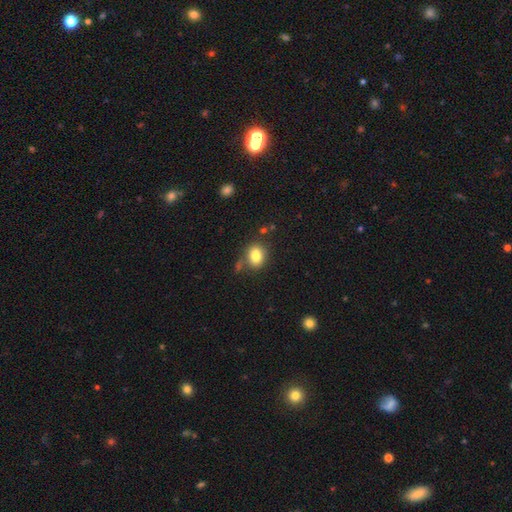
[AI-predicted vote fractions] A smooth galaxy with no disk features (82%) that is in between round and cigar-shaped (51%).

Vote fractions:
- Smooth or featured? smooth: 82% / star or artifact: 10% / featured or disk: 8%
- How rounded? in between: 51% / round: 48% / cigar-shaped: 1%
- Merging? none: 70% / minor disturbance: 15% / merger: 9% / major disturbance: 5%